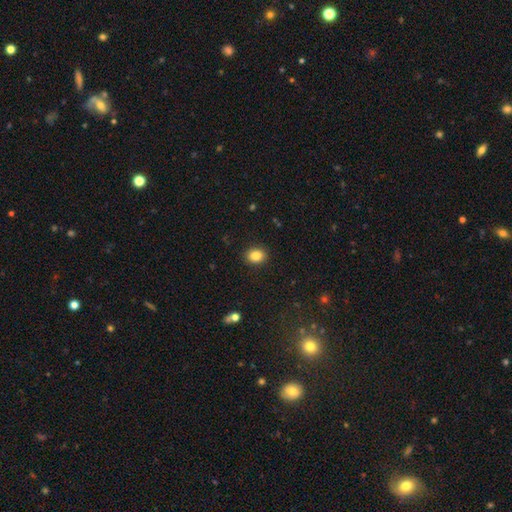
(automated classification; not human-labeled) A smooth galaxy with no disk features (85%) that is round (57%).

Vote fractions:
- Smooth or featured? smooth: 85% / star or artifact: 10% / featured or disk: 5%
- How rounded? round: 57% / in between: 42% / cigar-shaped: 1%
- Merging? none: 90% / minor disturbance: 7% / major disturbance: 2% / merger: 1%